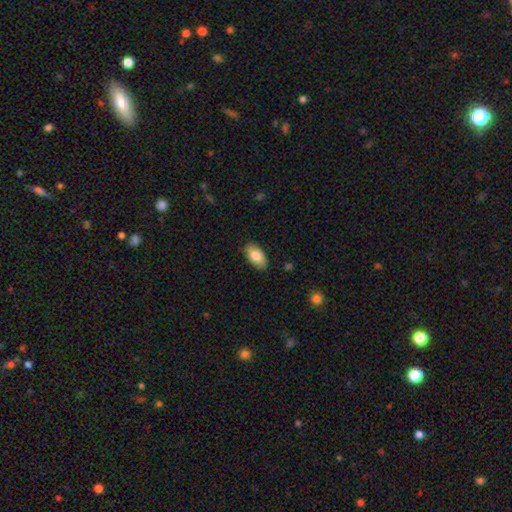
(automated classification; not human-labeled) Morphology: type=smooth (82%); roundness=in between (94%); merging=none (87%).